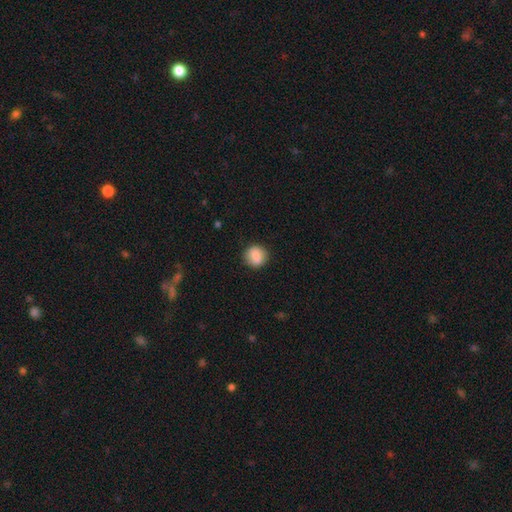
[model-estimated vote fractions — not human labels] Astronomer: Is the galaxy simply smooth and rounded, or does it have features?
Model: smooth — 87%.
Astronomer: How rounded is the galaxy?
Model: round — 82%.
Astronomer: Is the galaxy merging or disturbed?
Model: none — 85%.